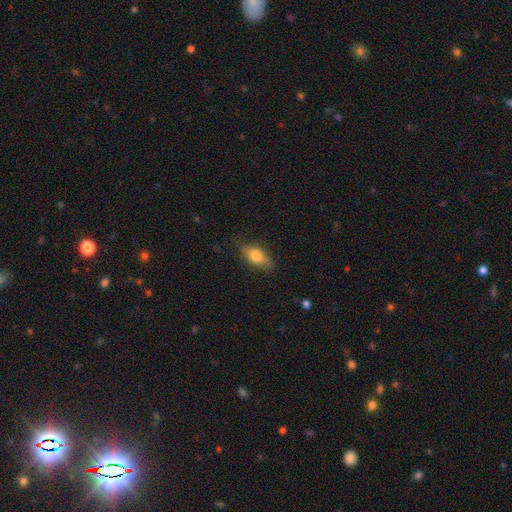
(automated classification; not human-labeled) Smooth or featured? smooth (73%)
How rounded? in between (81%)
Merging? none (76%)